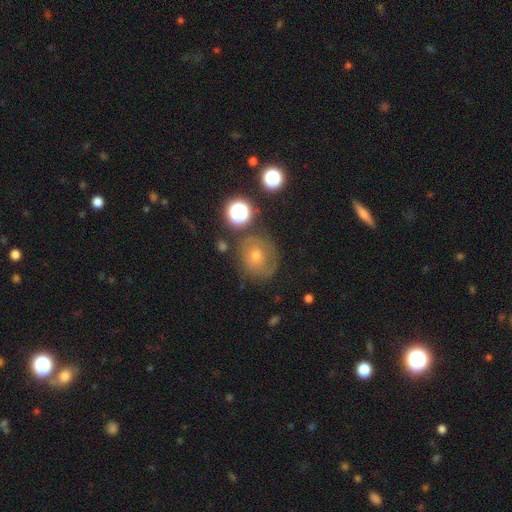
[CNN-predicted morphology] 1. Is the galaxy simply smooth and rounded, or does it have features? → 42% featured or disk, 40% smooth, 18% star or artifact.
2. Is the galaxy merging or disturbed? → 69% none, 18% minor disturbance, 9% major disturbance, 4% merger.